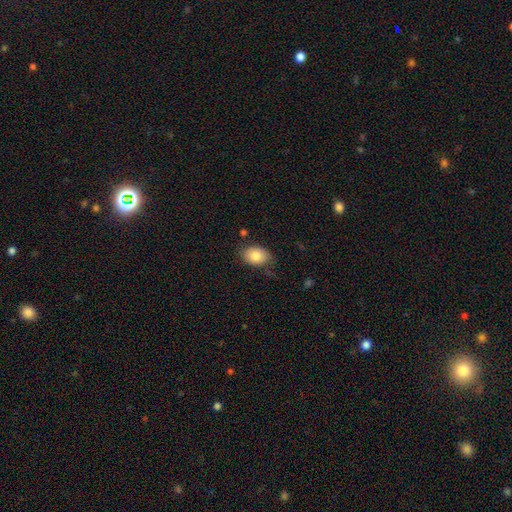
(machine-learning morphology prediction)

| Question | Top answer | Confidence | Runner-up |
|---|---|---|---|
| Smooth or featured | smooth | 82% | featured or disk (10%) |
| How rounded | in between | 77% | round (22%) |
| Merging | none | 75% | minor disturbance (18%) |